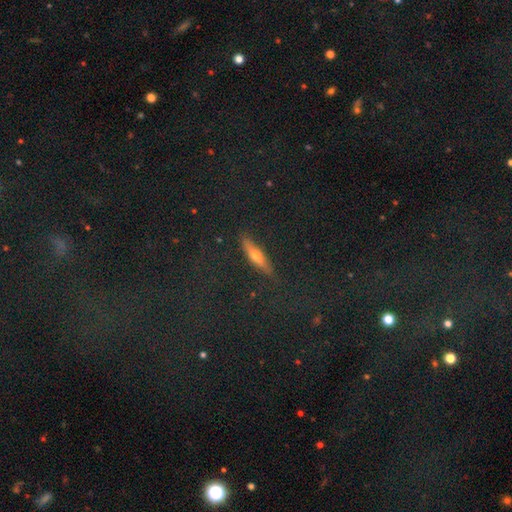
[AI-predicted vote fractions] Morphology: type=featured or disk (43%); merging=none (88%).